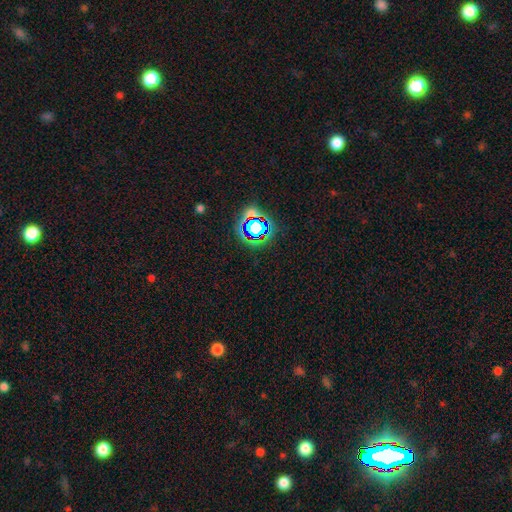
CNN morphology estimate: This is likely a star or artifact rather than a galaxy (76%).